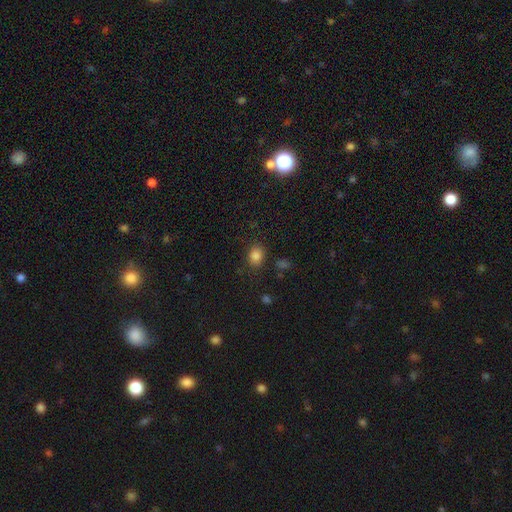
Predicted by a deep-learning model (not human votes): Q: Smooth or featured?
A: smooth (84%); runner-up: star or artifact (12%)
Q: How rounded?
A: in between (53%); runner-up: round (46%)
Q: Merging?
A: none (82%); runner-up: minor disturbance (12%)